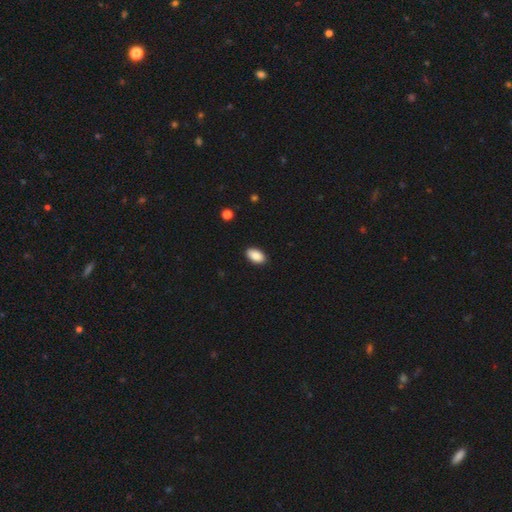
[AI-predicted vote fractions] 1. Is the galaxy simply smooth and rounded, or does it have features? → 90% smooth, 7% star or artifact, 3% featured or disk.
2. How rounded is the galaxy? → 94% in between, 4% round, 2% cigar-shaped.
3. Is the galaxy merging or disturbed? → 89% none, 9% minor disturbance, 2% major disturbance, 1% merger.